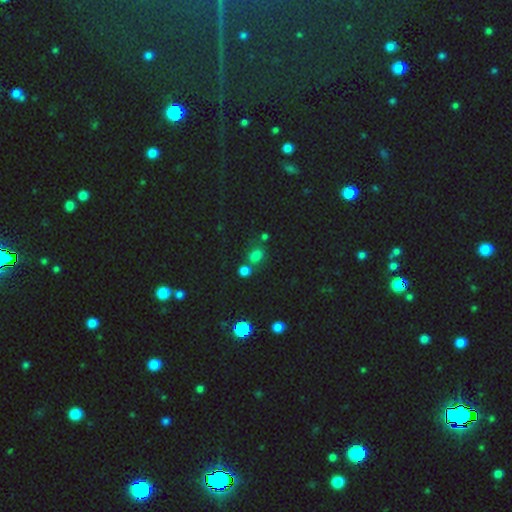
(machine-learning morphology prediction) smooth-or-featured: smooth: 65% | star or artifact: 28% | featured or disk: 7%
  how-rounded: round: 56% | in between: 43% | cigar-shaped: 2%
  merging: none: 57% | merger: 28% | minor disturbance: 11% | major disturbance: 4%